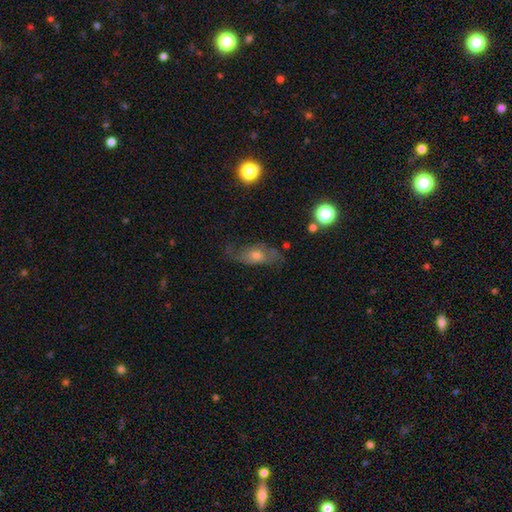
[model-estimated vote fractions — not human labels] Smooth or featured?
  - featured or disk: 59% *
  - smooth: 26%
  - star or artifact: 15%
Edge-on disk?
  - no: 82% *
  - yes: 18%
Merging?
  - none: 68% *
  - minor disturbance: 20%
  - major disturbance: 10%
  - merger: 2%